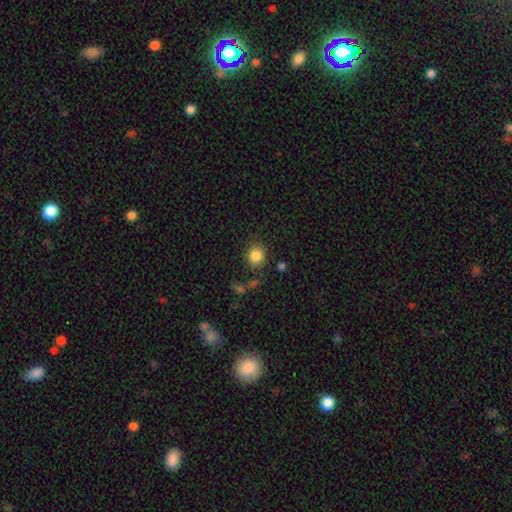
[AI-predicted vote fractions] smooth-or-featured: smooth: 85% | star or artifact: 10% | featured or disk: 5%
  how-rounded: round: 79% | in between: 20% | cigar-shaped: 1%
  merging: none: 80% | minor disturbance: 11% | major disturbance: 4% | merger: 4%